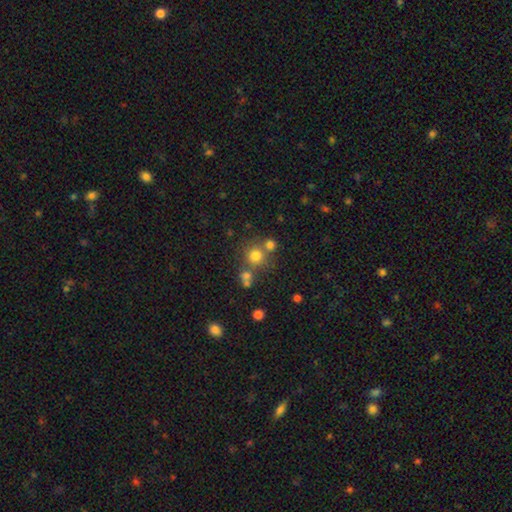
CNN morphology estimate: type=smooth (73%); roundness=round (89%); merging=none (61%).